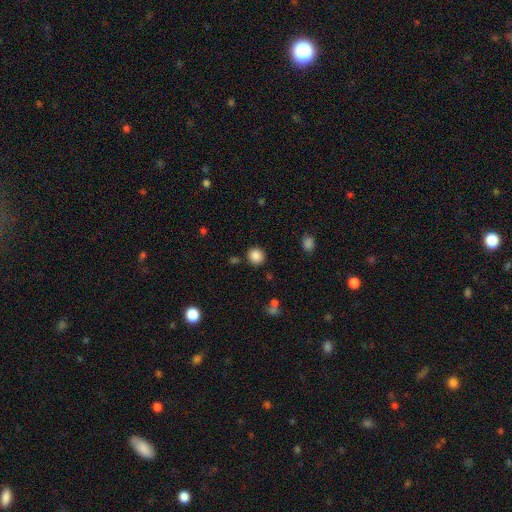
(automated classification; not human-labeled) A smooth galaxy with no disk features (86%) that is round (89%).

Vote fractions:
- Smooth or featured? smooth: 86% / star or artifact: 10% / featured or disk: 3%
- How rounded? round: 89% / in between: 10% / cigar-shaped: 1%
- Merging? none: 87% / minor disturbance: 7% / merger: 3% / major disturbance: 3%